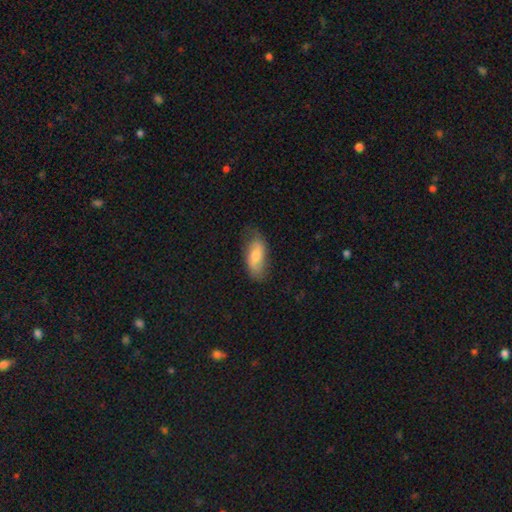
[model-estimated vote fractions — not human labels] This is likely a smooth galaxy (66%). How rounded: clearly in between (86%). Merging: likely none (69%).